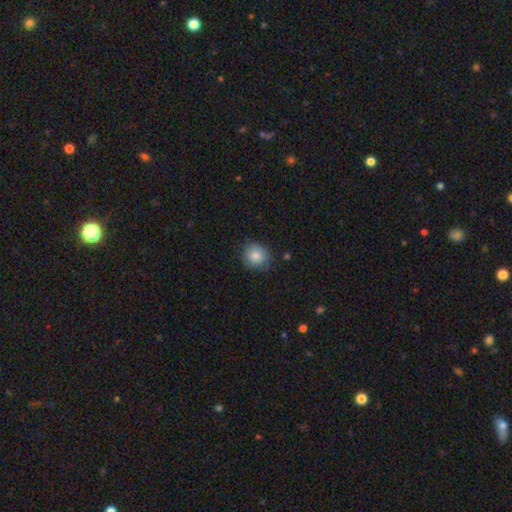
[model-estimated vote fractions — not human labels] Smooth or featured? Predicted: smooth (p=0.82). How rounded? Predicted: round (p=0.80). Merging? Predicted: none (p=0.77).